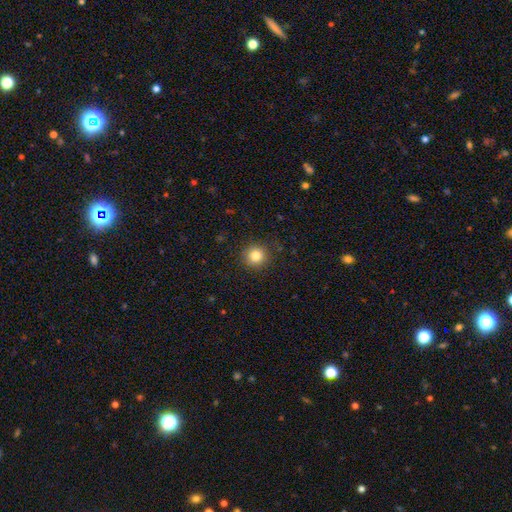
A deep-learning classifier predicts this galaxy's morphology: smooth 83%, star or artifact 11%, featured or disk 6%. Down the decision tree: how rounded — round (94%); merging — none (90%).